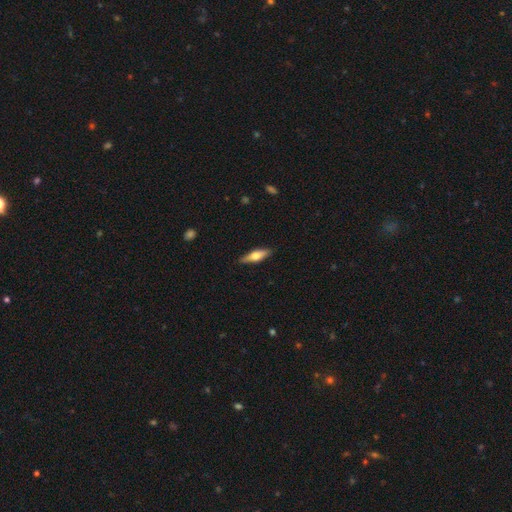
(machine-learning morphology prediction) The model was most divided on "smooth or featured": smooth: 53%, featured or disk: 41%, star or artifact: 6%. More confident: merging — none (87%); how rounded — cigar-shaped (57%).